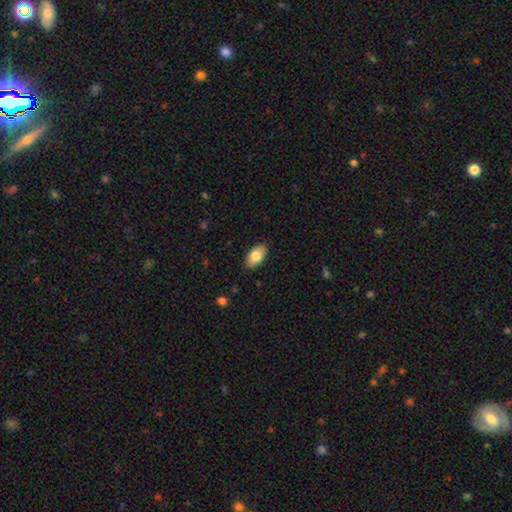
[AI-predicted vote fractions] Smooth or featured? Predicted: smooth (p=0.82). How rounded? Predicted: in between (p=0.93). Merging? Predicted: none (p=0.88).